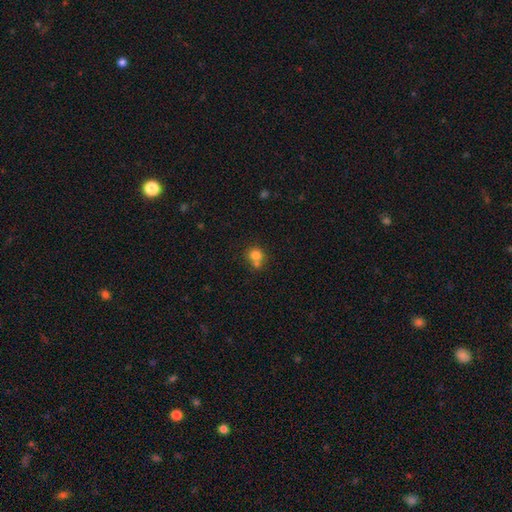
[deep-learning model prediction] This is likely a smooth galaxy (79%). How rounded: clearly round (85%). Merging: possibly none (49%).